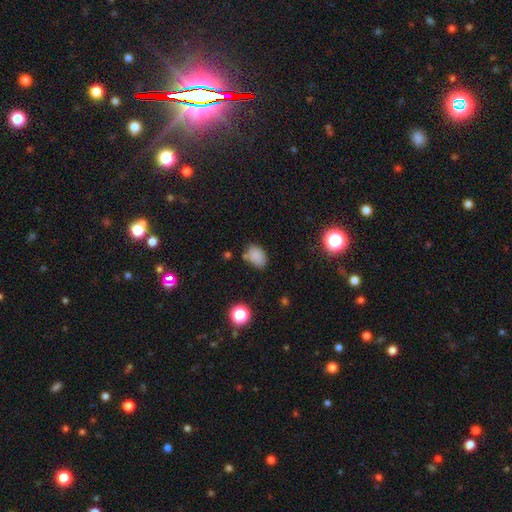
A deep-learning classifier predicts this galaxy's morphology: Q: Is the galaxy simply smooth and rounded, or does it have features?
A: smooth — 81%.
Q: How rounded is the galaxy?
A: in between — 81%.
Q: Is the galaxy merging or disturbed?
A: none — 69%.